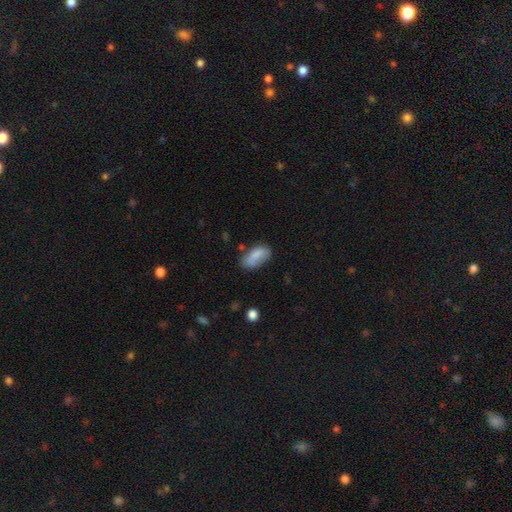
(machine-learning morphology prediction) smooth-or-featured: smooth: 84% | featured or disk: 9% | star or artifact: 7%
  how-rounded: in between: 91% | cigar-shaped: 6% | round: 3%
  merging: none: 66% | minor disturbance: 23% | major disturbance: 6% | merger: 4%